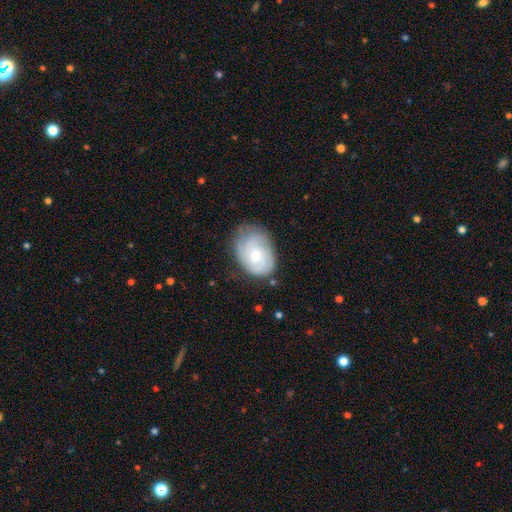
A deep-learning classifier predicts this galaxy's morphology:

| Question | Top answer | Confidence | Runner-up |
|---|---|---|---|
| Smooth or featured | featured or disk | 48% | smooth (45%) |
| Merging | none | 60% | minor disturbance (29%) |